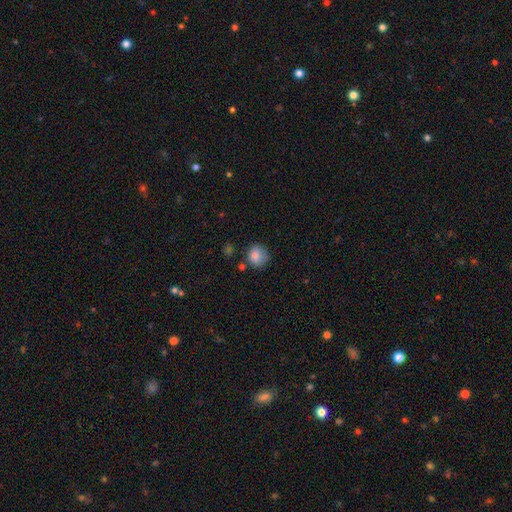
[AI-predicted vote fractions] A smooth galaxy with no disk features (85%) that is round (83%).

Vote fractions:
- Smooth or featured? smooth: 85% / star or artifact: 9% / featured or disk: 6%
- How rounded? round: 83% / in between: 16% / cigar-shaped: 1%
- Merging? none: 69% / minor disturbance: 21% / major disturbance: 5% / merger: 5%